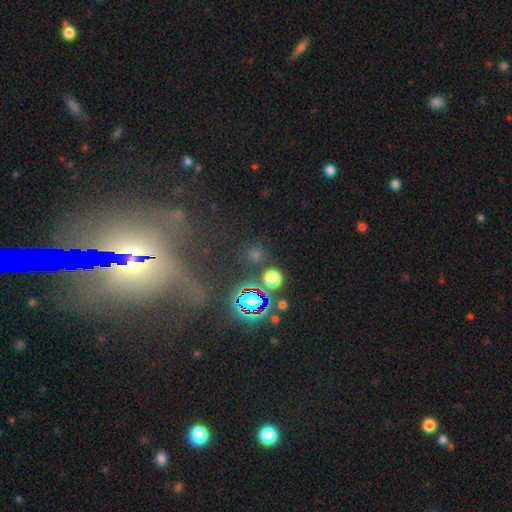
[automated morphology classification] Smooth or featured?
  - star or artifact: 51% *
  - smooth: 37%
  - featured or disk: 12%